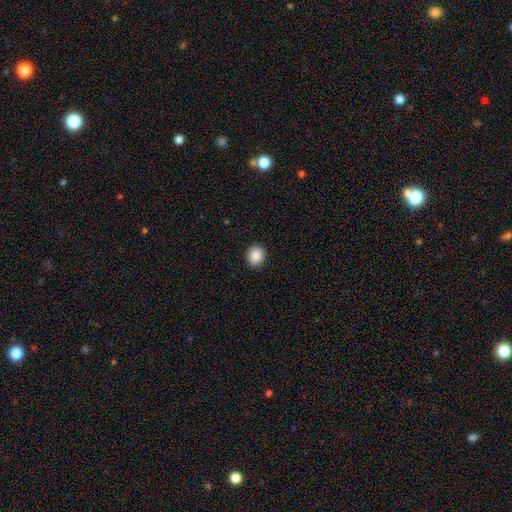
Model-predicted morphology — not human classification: Smooth or featured? smooth (89%)
How rounded? round (74%)
Merging? none (91%)